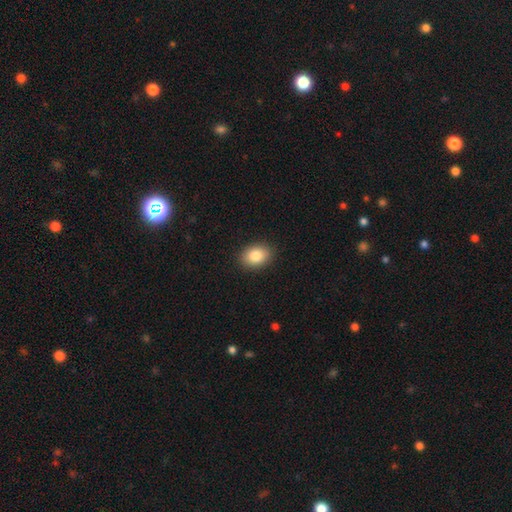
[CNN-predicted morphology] Smooth or featured?
  - smooth: 85% *
  - star or artifact: 8%
  - featured or disk: 7%
How rounded?
  - in between: 75% *
  - round: 24%
  - cigar-shaped: 1%
Merging?
  - none: 90% *
  - minor disturbance: 7%
  - major disturbance: 2%
  - merger: 1%